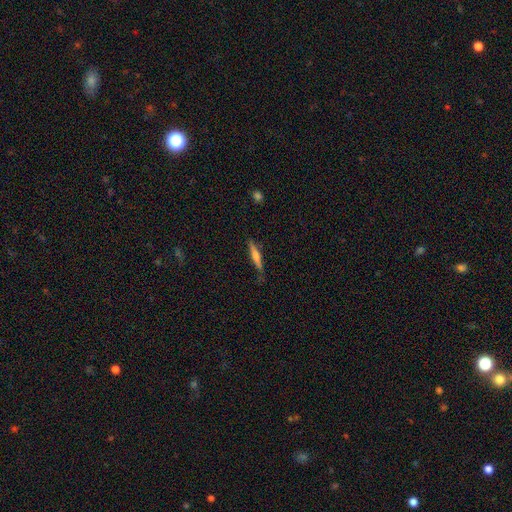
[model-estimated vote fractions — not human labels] This is possibly a smooth galaxy (50%). Merging: likely none (79%).